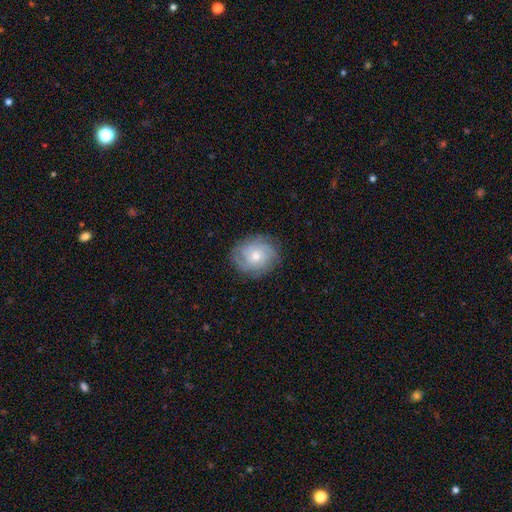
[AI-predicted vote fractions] smooth_or_featured: featured or disk (p=0.67) [alt: smooth p=0.24]
disk_edge_on: no (p=0.97) [alt: yes p=0.03]
bar: no (p=0.78) [alt: weak p=0.19]
has_spiral_arms: yes (p=0.92) [alt: no p=0.08]
spiral_winding: tight (p=0.66) [alt: medium p=0.27]
spiral_arm_count: can't tell (p=0.40) [alt: 4 p=0.18]
bulge_size: moderate (p=0.50) [alt: small p=0.45]
merging: none (p=0.81) [alt: minor disturbance p=0.13]